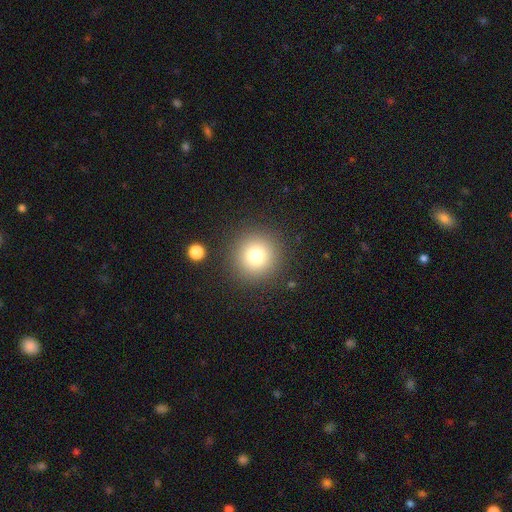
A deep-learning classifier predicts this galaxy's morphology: This appears to be a smooth galaxy with no disk features (76%) that is round (96%). Merging: none (89%).